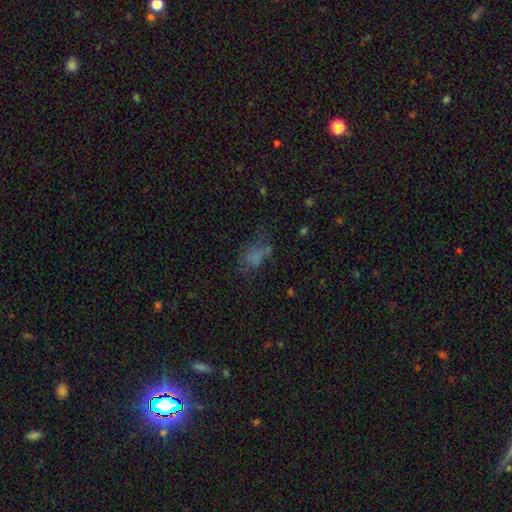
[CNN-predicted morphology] type=smooth (58%); roundness=in between (76%); merging=none (38%).